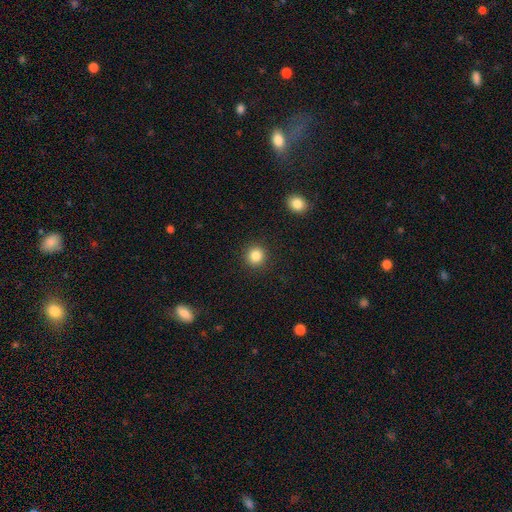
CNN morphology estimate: smooth 84%, star or artifact 11%, featured or disk 5%. Down the decision tree: how rounded — round (93%); merging — none (92%).